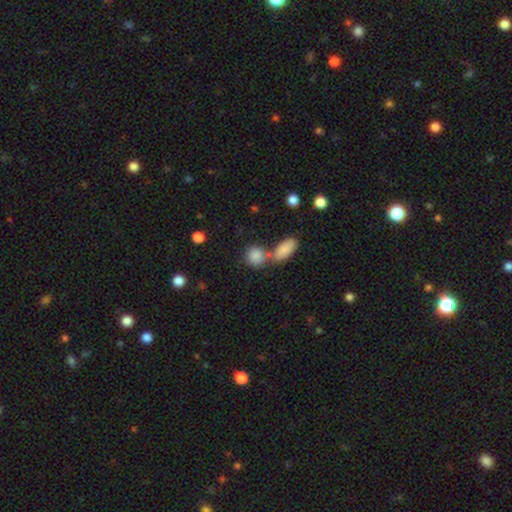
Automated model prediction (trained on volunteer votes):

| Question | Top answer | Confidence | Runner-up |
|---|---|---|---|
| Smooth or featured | smooth | 85% | star or artifact (8%) |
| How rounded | round | 66% | in between (31%) |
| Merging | none | 50% | merger (36%) |